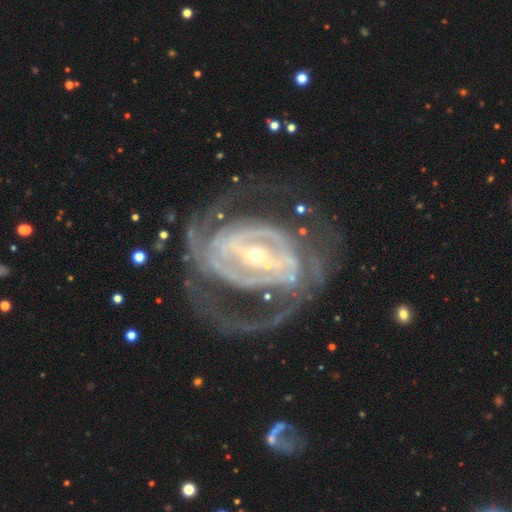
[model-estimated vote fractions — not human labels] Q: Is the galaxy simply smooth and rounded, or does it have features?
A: featured or disk — 91%.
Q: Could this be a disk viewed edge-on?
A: no — 97%.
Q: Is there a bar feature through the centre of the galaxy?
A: strong — 56%.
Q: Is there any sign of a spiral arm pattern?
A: yes — 93%.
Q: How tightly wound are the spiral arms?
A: tight — 49%.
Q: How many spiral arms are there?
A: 2 — 42%.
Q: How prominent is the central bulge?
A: small — 74%.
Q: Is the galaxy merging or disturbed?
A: none — 55%.